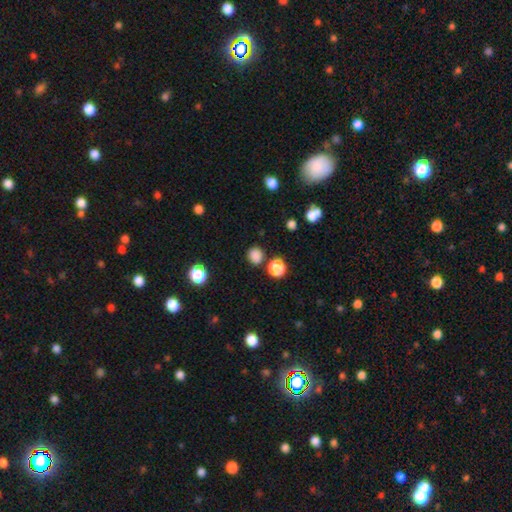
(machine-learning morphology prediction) Overall: smooth (82%). How rounded: round (80%). Merging: none (82%).